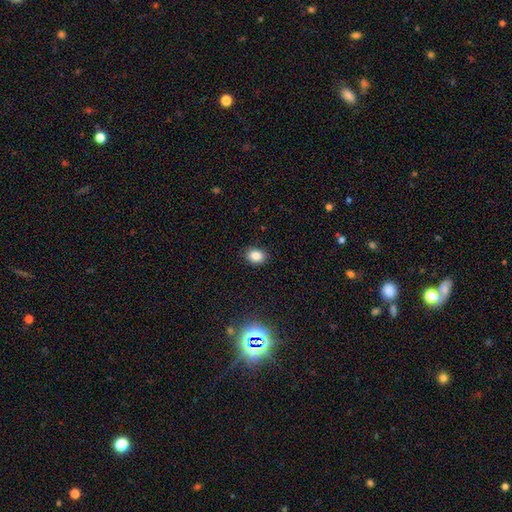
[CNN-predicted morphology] Overall: smooth (85%). How rounded: in between (63%; round 36%). Merging: none (88%).